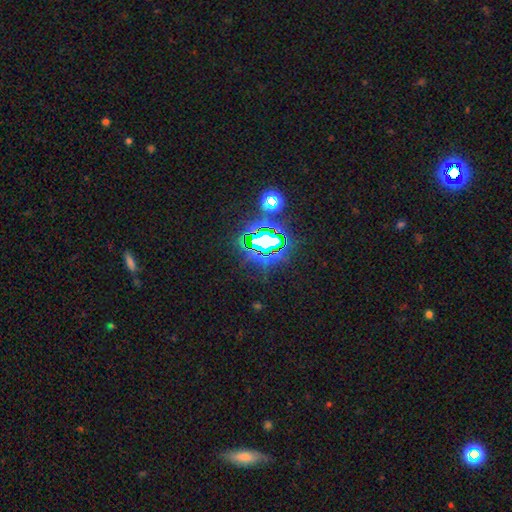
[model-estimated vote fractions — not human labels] The model was most divided on "smooth or featured": star or artifact: 78%, smooth: 14%, featured or disk: 8%.